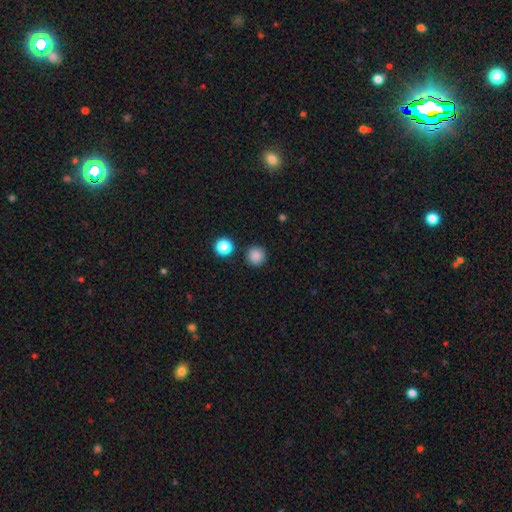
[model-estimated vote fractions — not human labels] Morphology: type=smooth (86%); roundness=round (96%); merging=none (90%).